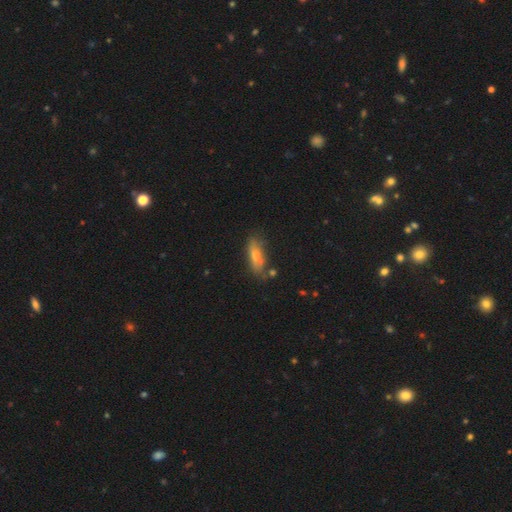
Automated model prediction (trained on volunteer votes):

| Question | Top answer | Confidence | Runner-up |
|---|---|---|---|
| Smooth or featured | smooth | 66% | featured or disk (27%) |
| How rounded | in between | 58% | cigar-shaped (39%) |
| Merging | none | 66% | minor disturbance (22%) |